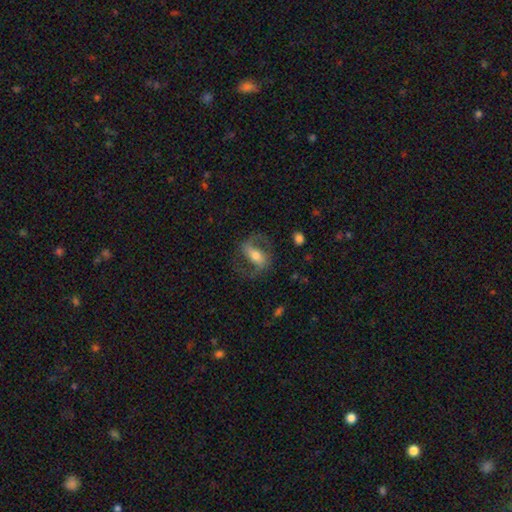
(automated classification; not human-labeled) smooth_or_featured: featured or disk (p=0.77) [alt: smooth p=0.17]
disk_edge_on: no (p=0.95) [alt: yes p=0.05]
bar: strong (p=0.51) [alt: weak p=0.32]
has_spiral_arms: yes (p=0.89) [alt: no p=0.11]
spiral_winding: medium (p=0.53) [alt: loose p=0.32]
spiral_arm_count: 2 (p=0.90) [alt: can't tell p=0.04]
bulge_size: moderate (p=0.61) [alt: small p=0.24]
merging: none (p=0.70) [alt: minor disturbance p=0.15]